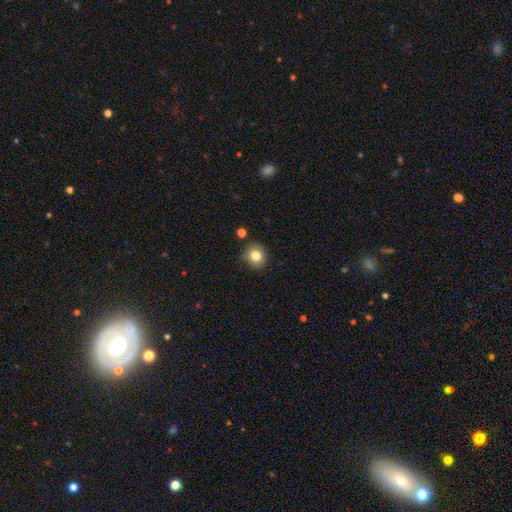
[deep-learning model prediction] Smooth or featured: smooth — 81% (star or artifact — 11%)
How rounded: round — 81% (in between — 18%)
Merging: none — 85% (minor disturbance — 10%)